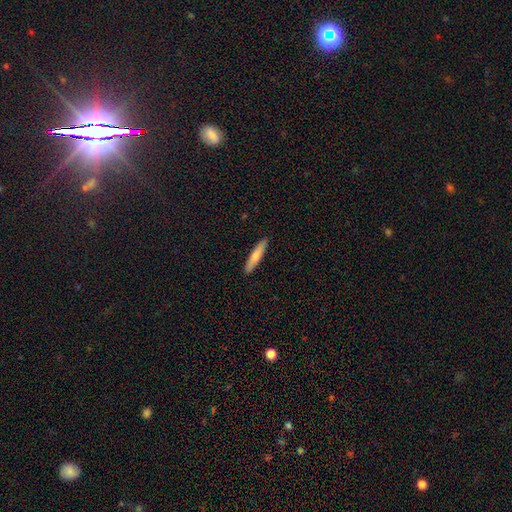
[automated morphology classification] Smooth or featured: smooth — 71% (featured or disk — 23%)
How rounded: cigar-shaped — 90% (in between — 9%)
Merging: none — 92% (minor disturbance — 6%)